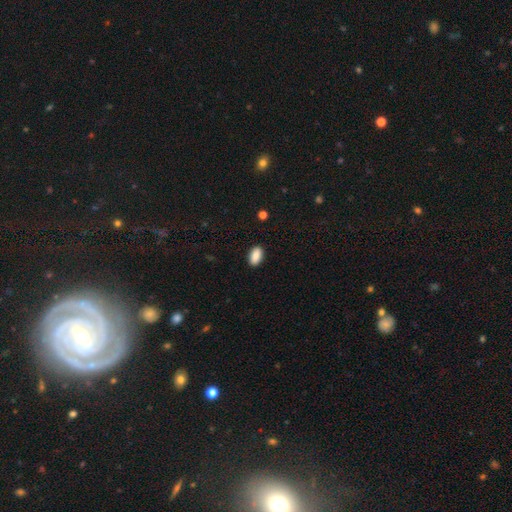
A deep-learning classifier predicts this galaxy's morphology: Smooth or featured? Predicted: smooth (p=0.89). How rounded? Predicted: in between (p=0.92). Merging? Predicted: none (p=0.90).